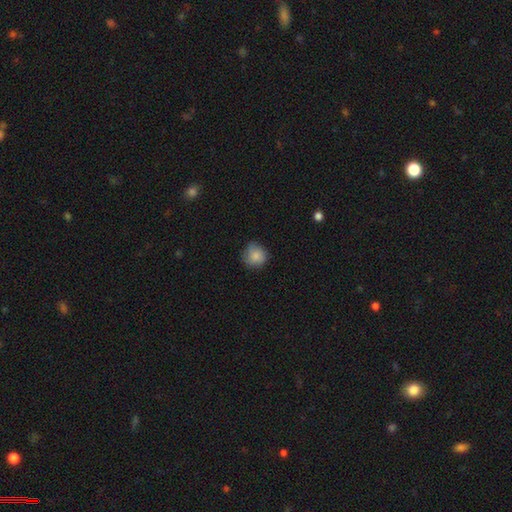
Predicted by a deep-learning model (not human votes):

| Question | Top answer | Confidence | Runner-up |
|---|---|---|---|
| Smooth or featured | smooth | 82% | featured or disk (10%) |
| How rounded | round | 87% | in between (12%) |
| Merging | none | 66% | minor disturbance (26%) |